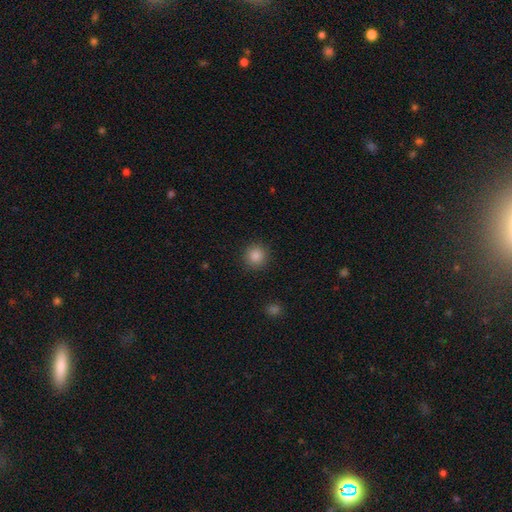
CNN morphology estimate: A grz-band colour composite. It shows a smooth galaxy with no disk features (86%) that is round (93%). Merging: none (91%).